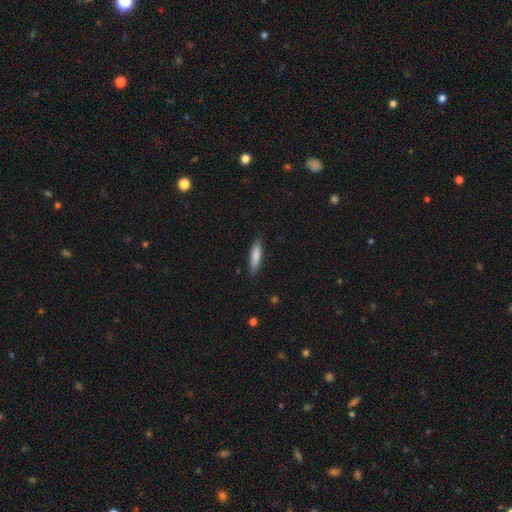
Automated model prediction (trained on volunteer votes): The model was most divided on "how rounded": cigar-shaped: 76%, in between: 23%, round: 1%. More confident: merging — none (86%); smooth or featured — smooth (81%).